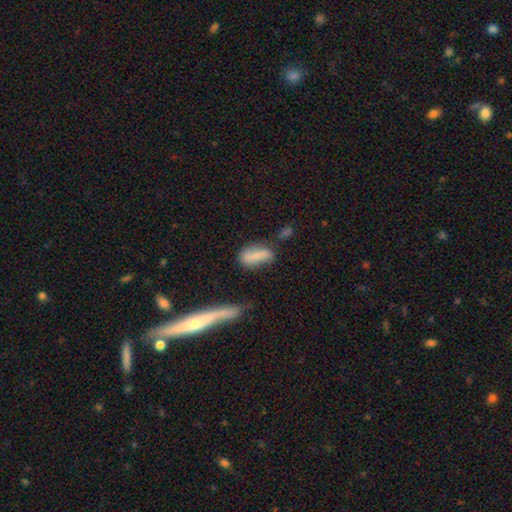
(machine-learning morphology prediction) A smooth galaxy with no disk features (69%) that is in between round and cigar-shaped (72%). Merging: none (54%).